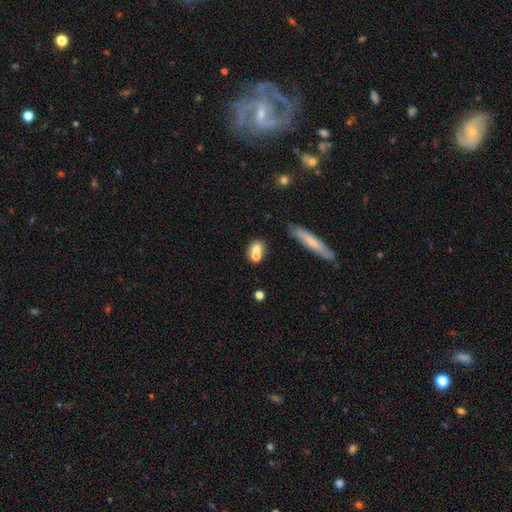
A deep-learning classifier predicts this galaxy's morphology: Smooth or featured? smooth (68%)
How rounded? round (47%)
Merging? merger (49%)